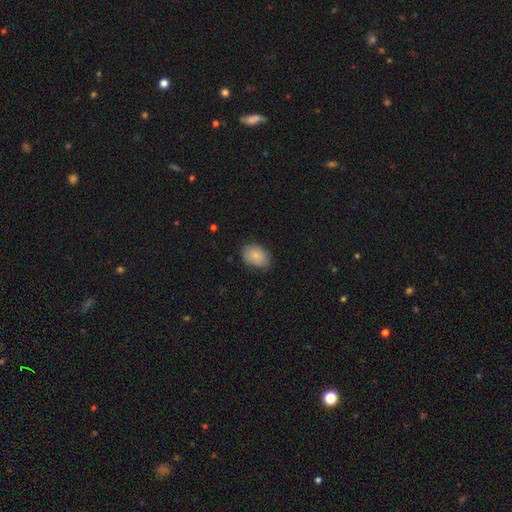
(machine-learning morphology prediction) Smooth or featured? Predicted: smooth (p=0.82). How rounded? Predicted: in between (p=0.76). Merging? Predicted: none (p=0.78).